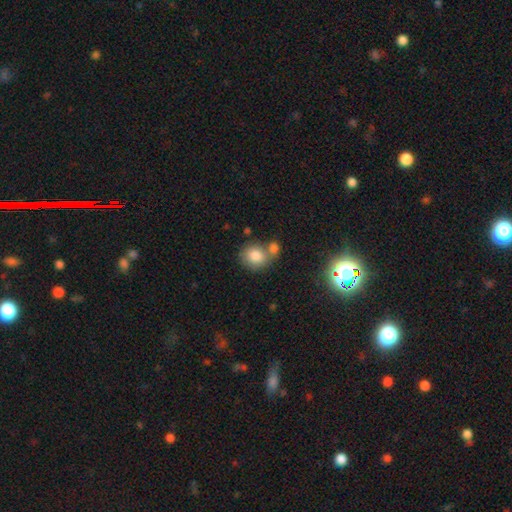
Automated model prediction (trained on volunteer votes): This is clearly a smooth galaxy (83%). How rounded: likely round (77%). Merging: possibly none (50%).